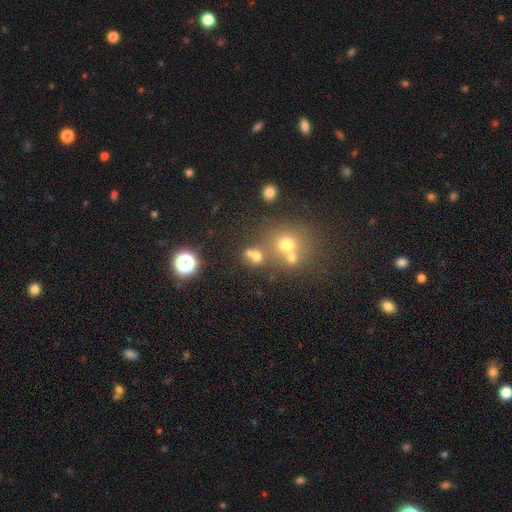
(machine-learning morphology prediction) The model was most divided on "merging": none: 47%, merger: 36%, minor disturbance: 10%, major disturbance: 6%. More confident: how rounded — round (67%); smooth or featured — smooth (64%).